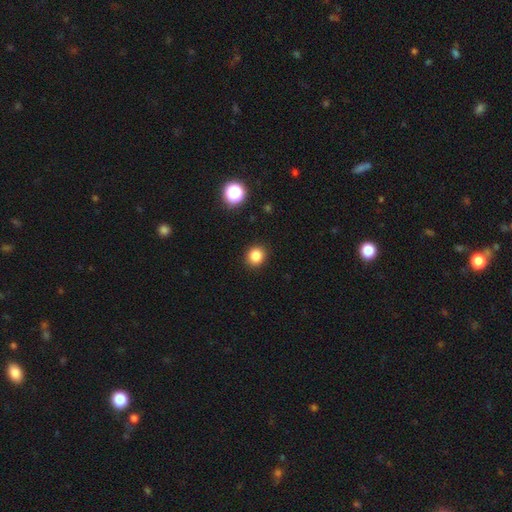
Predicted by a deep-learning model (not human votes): smooth 84%, star or artifact 12%, featured or disk 4%. Down the decision tree: how rounded — round (84%); merging — none (91%).